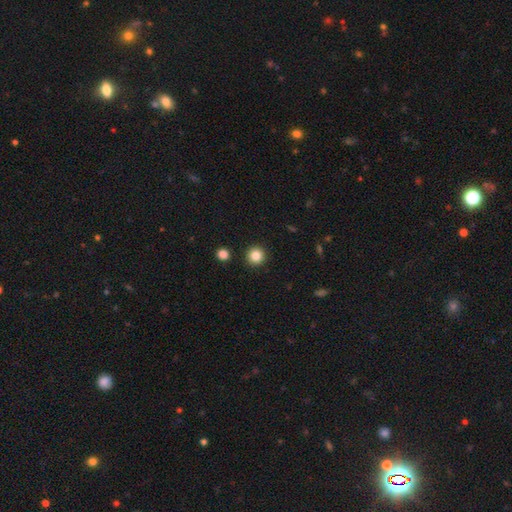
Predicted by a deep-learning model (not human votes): Smooth or featured?
  - smooth: 84% *
  - star or artifact: 11%
  - featured or disk: 5%
How rounded?
  - round: 95% *
  - in between: 4%
  - cigar-shaped: 1%
Merging?
  - none: 92% *
  - minor disturbance: 4%
  - merger: 2%
  - major disturbance: 2%